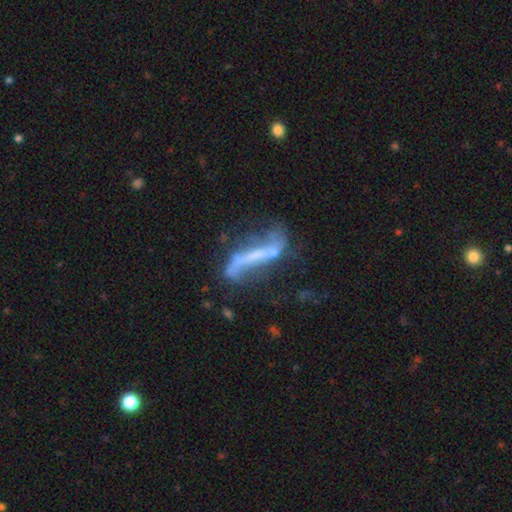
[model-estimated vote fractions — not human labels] featured or disk 73%, smooth 18%, star or artifact 9%. Down the decision tree: edge-on disk — no (70%); bar — strong (58%); spiral arms — yes (69%); bulge size — none (47%); merging — none (45%).